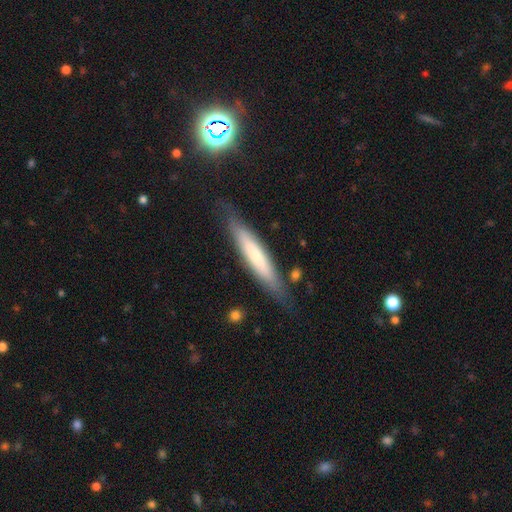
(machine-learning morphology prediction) A smooth galaxy with no disk features (56%) that is cigar-shaped (89%).

Vote fractions:
- Smooth or featured? smooth: 56% / featured or disk: 37% / star or artifact: 6%
- How rounded? cigar-shaped: 89% / in between: 10% / round: 1%
- Merging? none: 78% / minor disturbance: 15% / major disturbance: 4% / merger: 2%